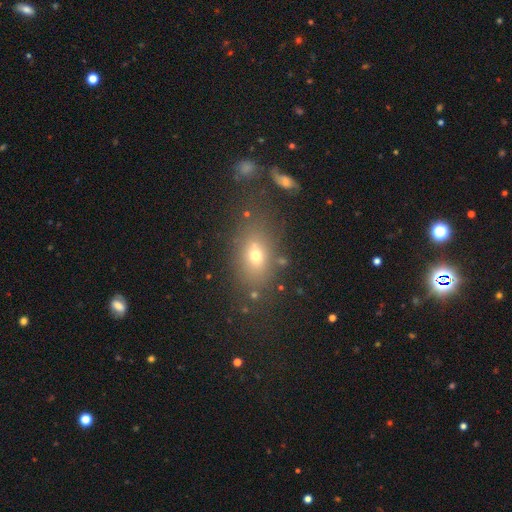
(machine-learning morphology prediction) This appears to be a smooth galaxy with no disk features (65%) that is in between round and cigar-shaped (74%). Merging: none (71%).